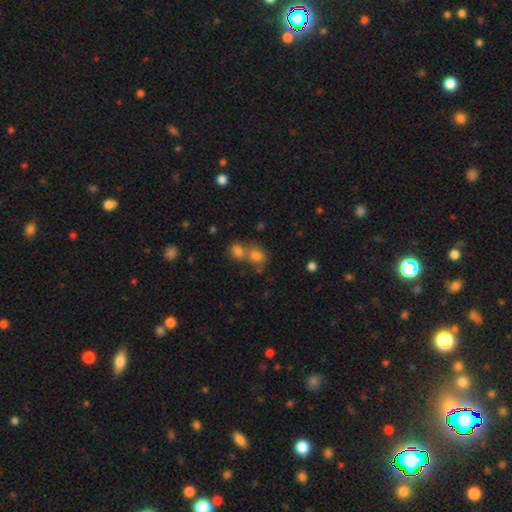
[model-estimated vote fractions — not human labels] smooth_or_featured: smooth (p=0.77) [alt: star or artifact p=0.14]
how_rounded: round (p=0.58) [alt: in between p=0.41]
merging: merger (p=0.53) [alt: none p=0.35]